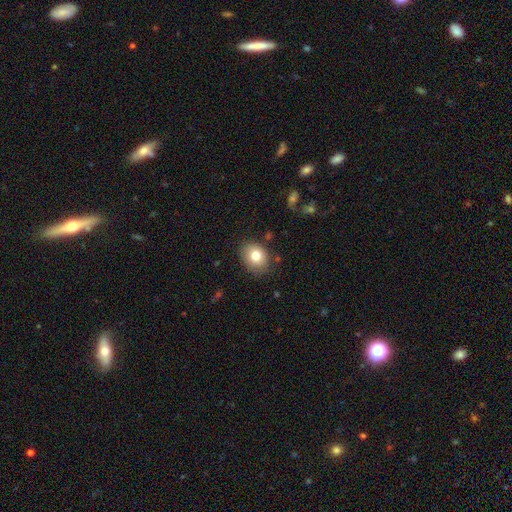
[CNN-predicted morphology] This appears to be a smooth galaxy with no disk features (79%) that is in between round and cigar-shaped (50%). Merging: none (82%).